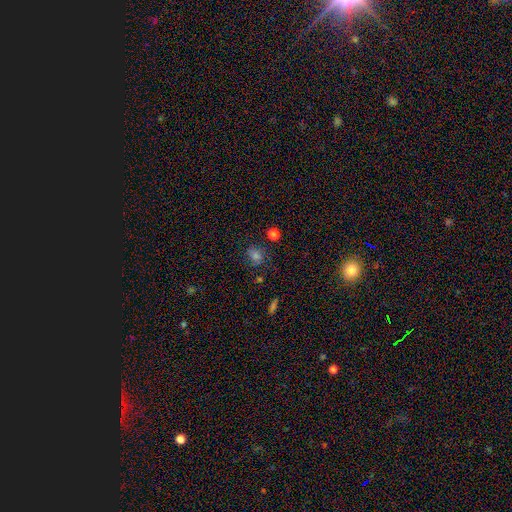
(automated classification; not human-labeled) A smooth galaxy with no disk features (65%) that is round (67%).

Vote fractions:
- Smooth or featured? smooth: 65% / star or artifact: 25% / featured or disk: 9%
- How rounded? round: 67% / in between: 32% / cigar-shaped: 1%
- Merging? none: 75% / minor disturbance: 16% / major disturbance: 5% / merger: 4%